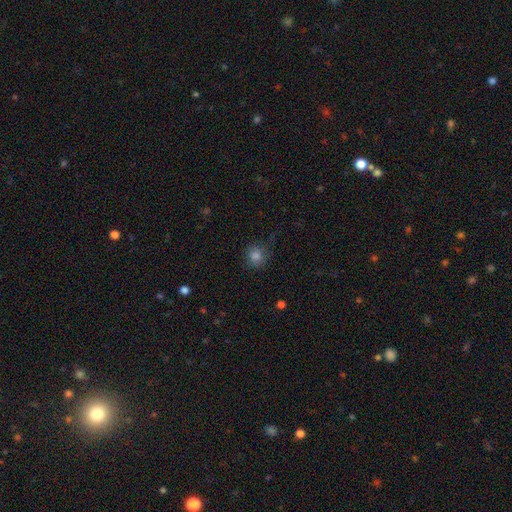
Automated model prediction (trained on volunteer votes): smooth-or-featured: smooth: 81% | star or artifact: 13% | featured or disk: 6%
  how-rounded: round: 86% | in between: 13% | cigar-shaped: 1%
  merging: none: 76% | minor disturbance: 16% | major disturbance: 6% | merger: 1%